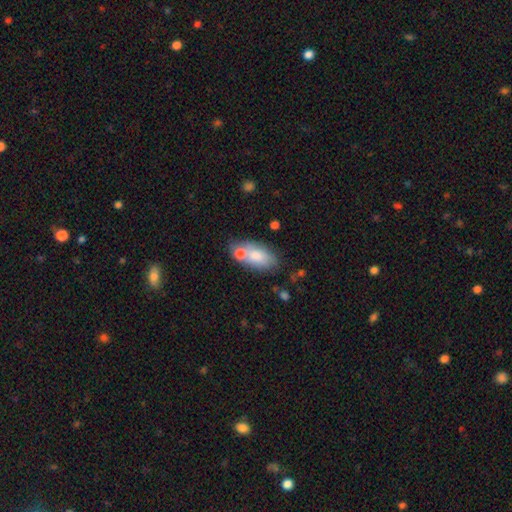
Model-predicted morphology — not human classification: Smooth or featured? Predicted: smooth (p=0.76). How rounded? Predicted: in between (p=0.90). Merging? Predicted: none (p=0.49).